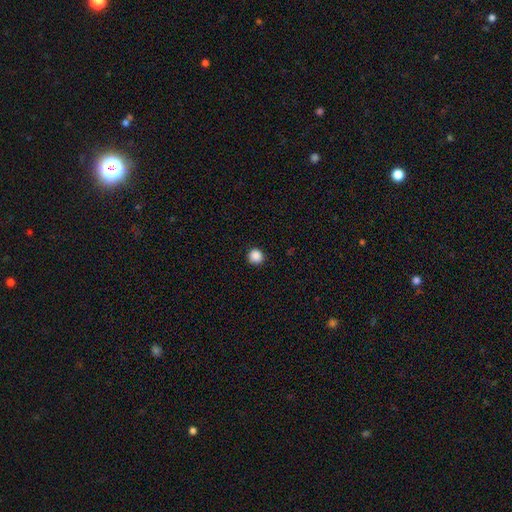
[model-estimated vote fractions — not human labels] smooth-or-featured: smooth: 88% | star or artifact: 10% | featured or disk: 2%
  how-rounded: round: 95% | in between: 4% | cigar-shaped: 1%
  merging: none: 92% | minor disturbance: 5% | major disturbance: 2% | merger: 1%